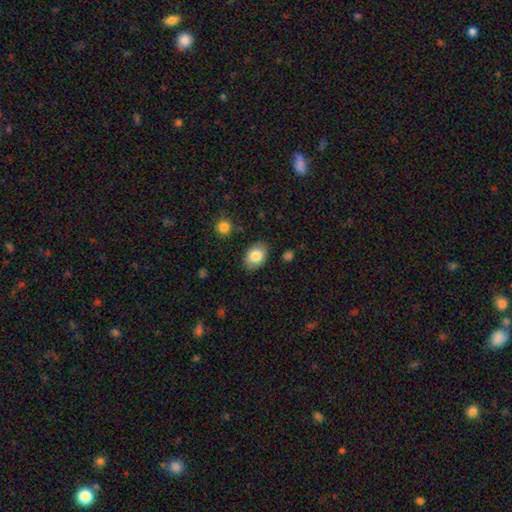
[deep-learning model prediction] A smooth galaxy with no disk features (83%) that is in between round and cigar-shaped (84%). Merging: none (85%).